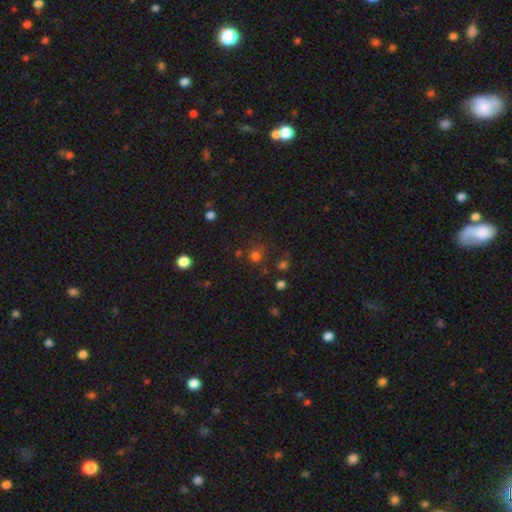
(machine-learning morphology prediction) Smooth or featured? smooth (71%)
How rounded? round (89%)
Merging? none (75%)